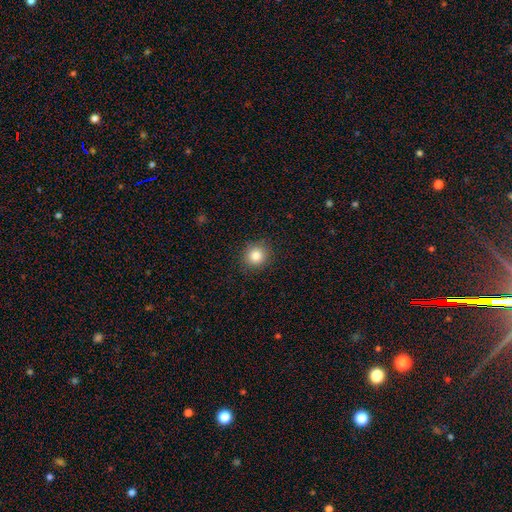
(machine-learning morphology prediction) smooth-or-featured: smooth: 83% | star or artifact: 11% | featured or disk: 6%
  how-rounded: round: 90% | in between: 9% | cigar-shaped: 1%
  merging: none: 90% | minor disturbance: 7% | major disturbance: 2% | merger: 1%